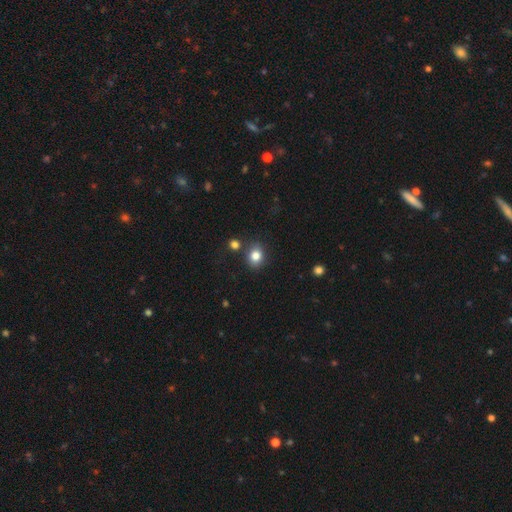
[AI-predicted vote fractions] smooth-or-featured: smooth: 82% | star or artifact: 12% | featured or disk: 7%
  how-rounded: round: 69% | in between: 30% | cigar-shaped: 1%
  merging: none: 79% | minor disturbance: 11% | merger: 7% | major disturbance: 3%